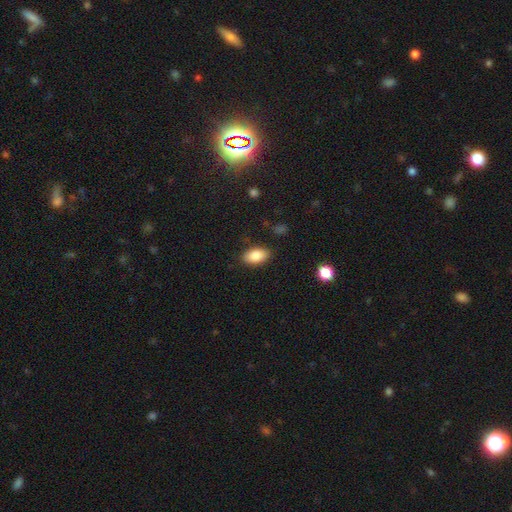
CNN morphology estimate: smooth-or-featured: smooth: 86% | star or artifact: 7% | featured or disk: 7%
  how-rounded: in between: 92% | round: 5% | cigar-shaped: 3%
  merging: none: 86% | minor disturbance: 10% | major disturbance: 3% | merger: 1%